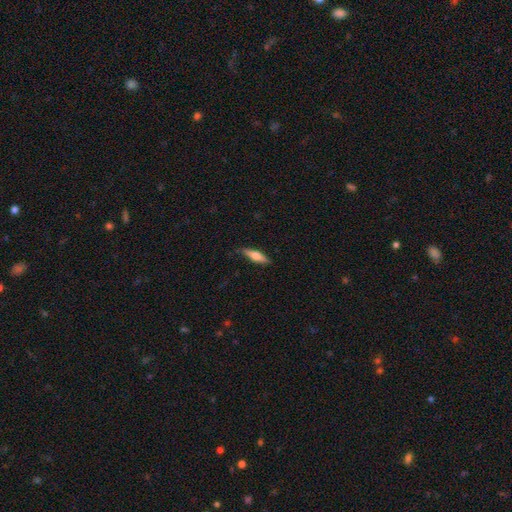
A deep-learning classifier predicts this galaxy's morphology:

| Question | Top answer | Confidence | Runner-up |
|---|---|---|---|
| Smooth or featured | smooth | 61% | featured or disk (33%) |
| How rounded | cigar-shaped | 64% | in between (34%) |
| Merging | none | 84% | minor disturbance (12%) |